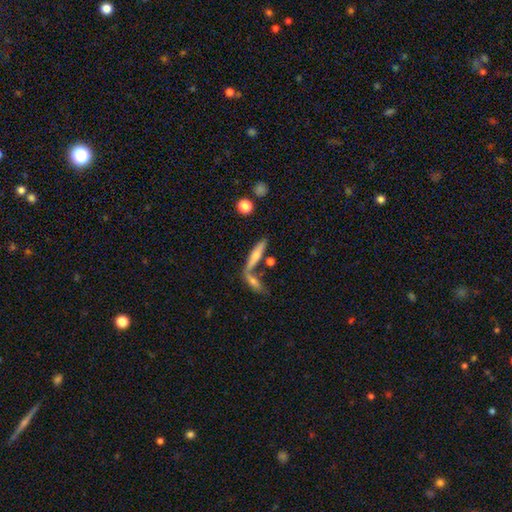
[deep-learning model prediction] Overall: smooth (52%; featured or disk 40%). How rounded: cigar-shaped (75%). Merging: none (47%; merger 37%).